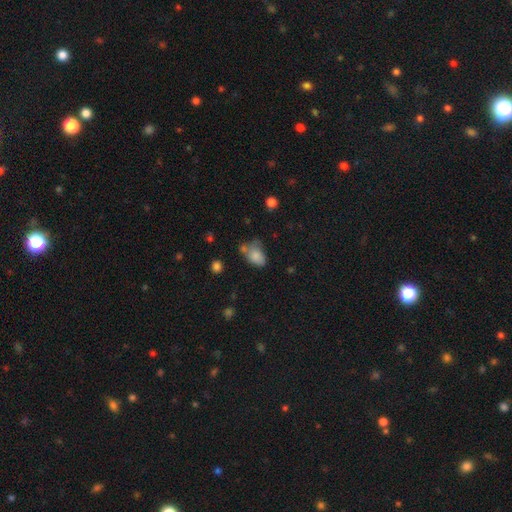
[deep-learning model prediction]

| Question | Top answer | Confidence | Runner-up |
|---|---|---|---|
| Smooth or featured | smooth | 79% | featured or disk (11%) |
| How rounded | in between | 83% | round (16%) |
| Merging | none | 40% | minor disturbance (30%) |